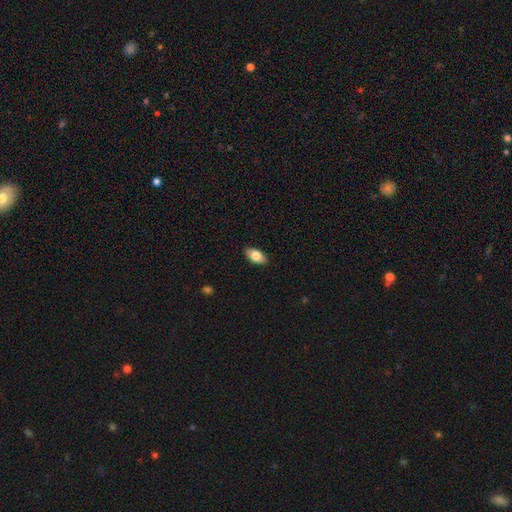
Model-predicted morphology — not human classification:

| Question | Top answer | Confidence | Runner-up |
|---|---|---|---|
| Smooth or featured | smooth | 80% | featured or disk (14%) |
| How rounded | in between | 93% | cigar-shaped (4%) |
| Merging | none | 89% | minor disturbance (9%) |